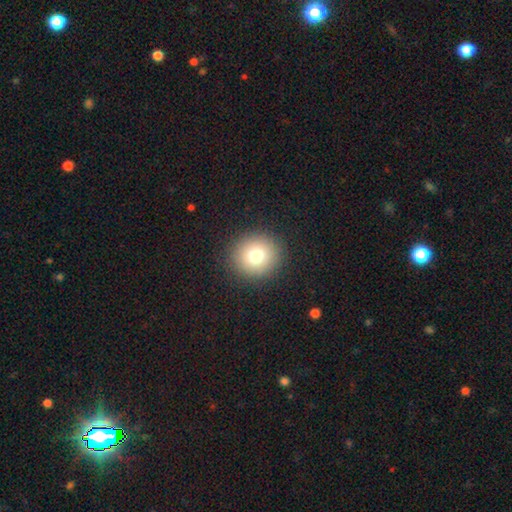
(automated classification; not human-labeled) Overall: smooth (77%). How rounded: round (90%). Merging: none (91%).